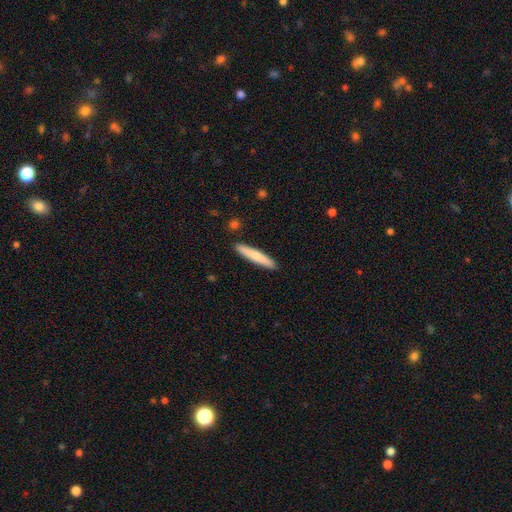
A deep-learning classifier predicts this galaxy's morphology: smooth-or-featured: smooth: 74% | featured or disk: 21% | star or artifact: 5%
  how-rounded: cigar-shaped: 94% | in between: 5% | round: 1%
  merging: none: 91% | minor disturbance: 7% | major disturbance: 1% | merger: 1%